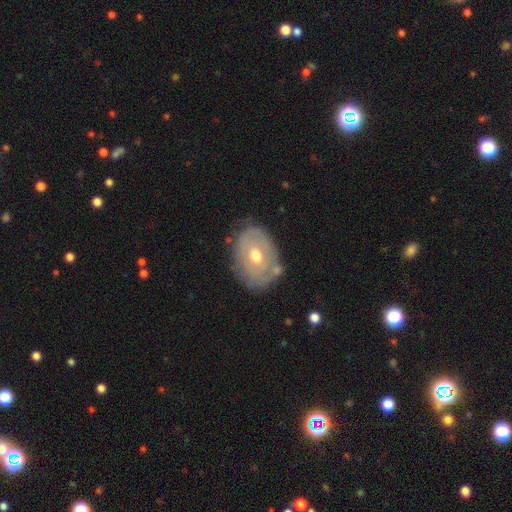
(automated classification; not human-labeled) Smooth or featured? featured or disk (55%)
Edge-on disk? no (93%)
Bar? no (77%)
Spiral arms? no (67%)
Bulge size? moderate (73%)
Merging? none (67%)